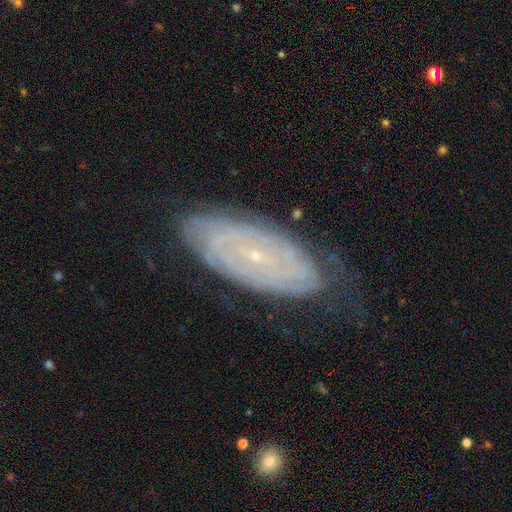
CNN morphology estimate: Smooth or featured?
  - featured or disk: 79% *
  - smooth: 13%
  - star or artifact: 8%
Edge-on disk?
  - no: 91% *
  - yes: 9%
Bar?
  - no: 73% *
  - weak: 21%
  - strong: 7%
Spiral arms?
  - yes: 90% *
  - no: 10%
Spiral winding?
  - tight: 81% *
  - medium: 15%
  - loose: 4%
Spiral arm count?
  - can't tell: 51% *
  - 2: 21%
  - 3: 9%
  - 4: 8%
  - more than 4: 6%
  - 1: 5%
Bulge size?
  - small: 87% *
  - moderate: 9%
  - none: 2%
  - large: 1%
  - dominant: 1%
Merging?
  - none: 69% *
  - minor disturbance: 22%
  - major disturbance: 7%
  - merger: 2%